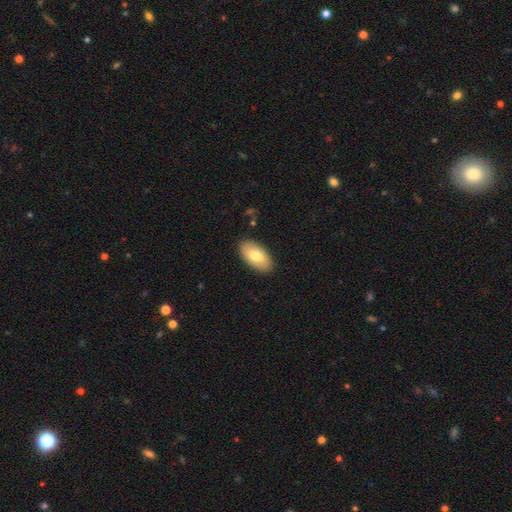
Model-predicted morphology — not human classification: This is likely a smooth galaxy (74%). How rounded: clearly in between (95%). Merging: clearly none (88%).